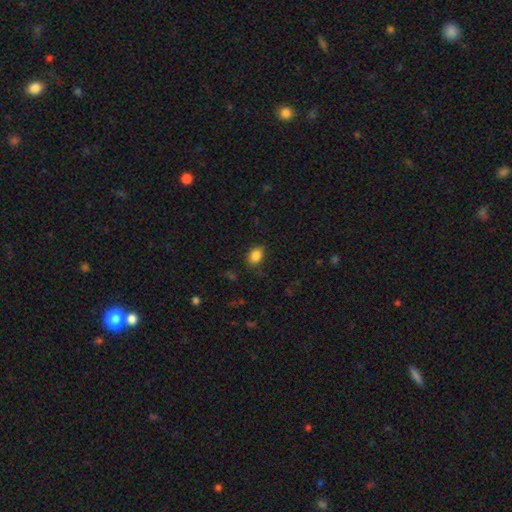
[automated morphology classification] smooth-or-featured: smooth: 86% | star or artifact: 9% | featured or disk: 5%
  how-rounded: in between: 76% | round: 22% | cigar-shaped: 1%
  merging: none: 81% | minor disturbance: 14% | major disturbance: 4% | merger: 1%